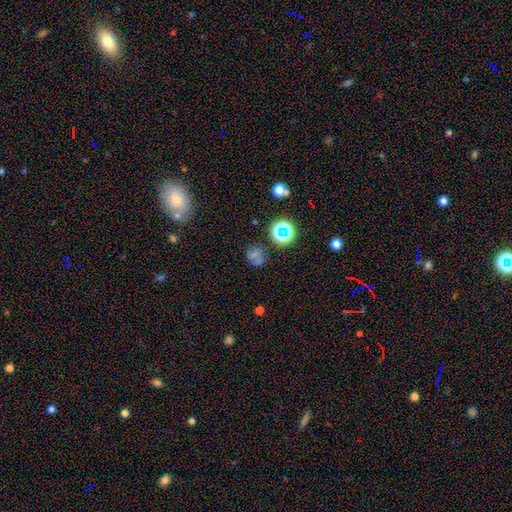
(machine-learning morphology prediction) The model was most divided on "smooth or featured": smooth: 55%, star or artifact: 30%, featured or disk: 16%. More confident: how rounded — round (71%); merging — none (60%).